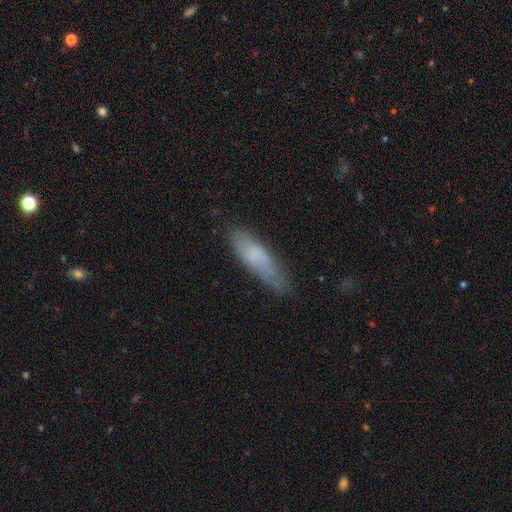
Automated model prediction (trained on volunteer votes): smooth 72%, featured or disk 21%, star or artifact 7%. Down the decision tree: how rounded — cigar-shaped (63%); merging — none (67%).